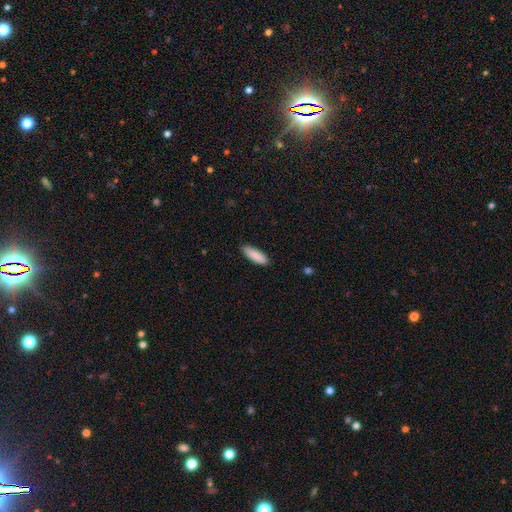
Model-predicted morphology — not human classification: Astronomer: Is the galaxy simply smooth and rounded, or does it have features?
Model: smooth — 89%.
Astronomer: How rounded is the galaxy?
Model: cigar-shaped — 51% (runner-up: in between, 48%).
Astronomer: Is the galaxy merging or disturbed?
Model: none — 88%.